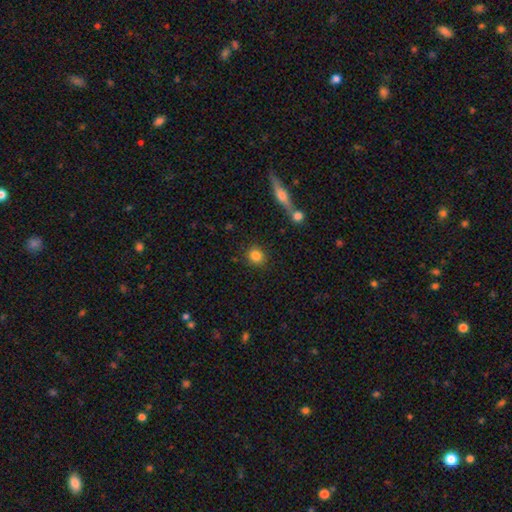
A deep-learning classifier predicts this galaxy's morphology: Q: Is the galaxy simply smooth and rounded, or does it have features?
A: smooth — 83%.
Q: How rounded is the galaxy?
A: round — 86%.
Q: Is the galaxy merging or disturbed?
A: none — 86%.